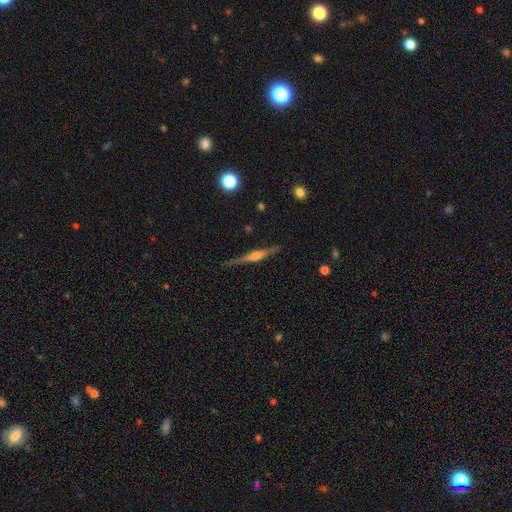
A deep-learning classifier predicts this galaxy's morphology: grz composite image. It shows a featured or disk galaxy (70%) viewed edge-on (97%) with a rounded central bulge (64%). Merging: none (84%).